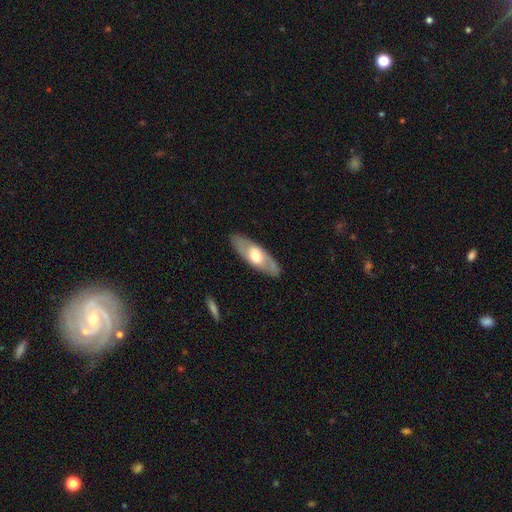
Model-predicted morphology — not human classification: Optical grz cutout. It shows a featured or disk galaxy (48%). Merging: none (86%).